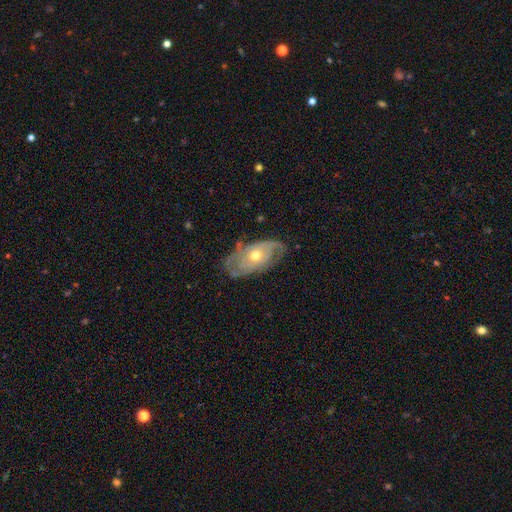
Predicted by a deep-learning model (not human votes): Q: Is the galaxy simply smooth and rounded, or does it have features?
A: featured or disk — 76%.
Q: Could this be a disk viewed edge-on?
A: no — 92%.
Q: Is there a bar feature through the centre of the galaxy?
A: no — 78%.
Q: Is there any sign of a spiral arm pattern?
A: yes — 80%.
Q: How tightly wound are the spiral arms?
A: tight — 49%.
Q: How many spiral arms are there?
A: can't tell — 39%.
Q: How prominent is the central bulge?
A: moderate — 71%.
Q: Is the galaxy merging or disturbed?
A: none — 62%.